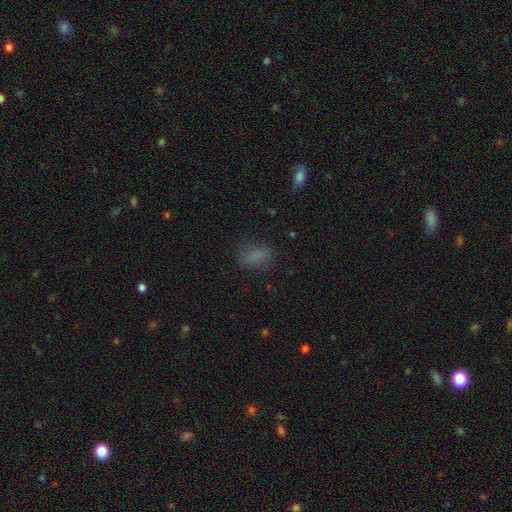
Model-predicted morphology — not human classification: type=smooth (75%); roundness=in between (83%); merging=none (69%).